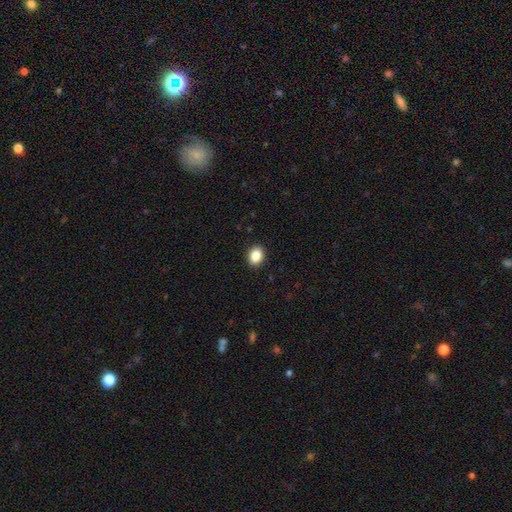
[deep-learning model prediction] This appears to be a smooth galaxy with no disk features (87%) that is in between round and cigar-shaped (62%). Merging: none (91%).